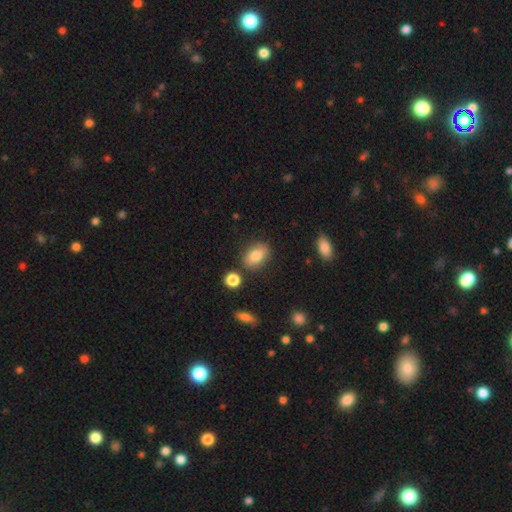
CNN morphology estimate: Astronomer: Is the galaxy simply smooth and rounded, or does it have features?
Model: smooth — 80%.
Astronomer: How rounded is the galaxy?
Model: in between — 81%.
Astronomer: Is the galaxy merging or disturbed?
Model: none — 82%.